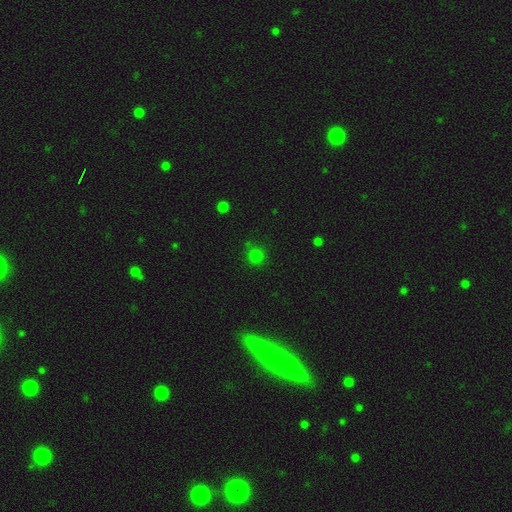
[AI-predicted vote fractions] The model was most divided on "smooth or featured": smooth: 76%, star or artifact: 20%, featured or disk: 4%. More confident: how rounded — round (92%); merging — none (82%).